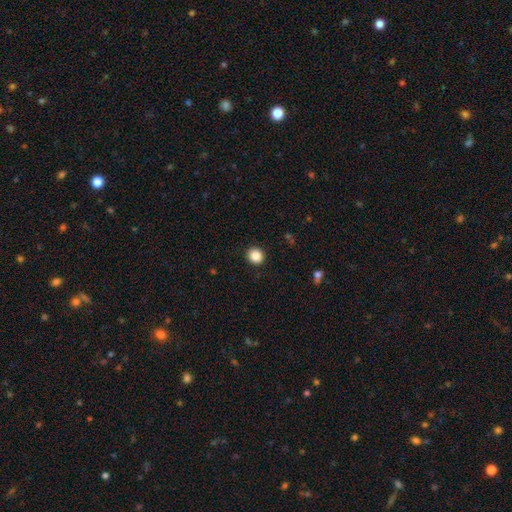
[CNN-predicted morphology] Smooth or featured?
  - smooth: 86% *
  - star or artifact: 10%
  - featured or disk: 4%
How rounded?
  - round: 88% *
  - in between: 11%
  - cigar-shaped: 1%
Merging?
  - none: 92% *
  - minor disturbance: 5%
  - major disturbance: 2%
  - merger: 1%